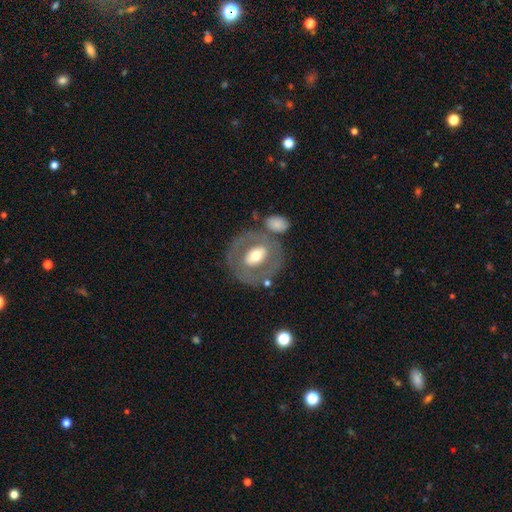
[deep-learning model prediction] A featured or disk galaxy (58%) with no bar (47%), no spiral arms (81%) and a moderate central bulge (66%). Merging: none (69%).